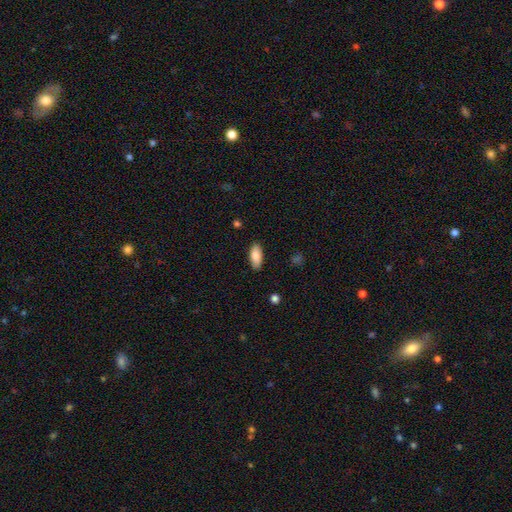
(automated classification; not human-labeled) Smooth or featured? Predicted: smooth (p=0.86). How rounded? Predicted: in between (p=0.86). Merging? Predicted: none (p=0.87).